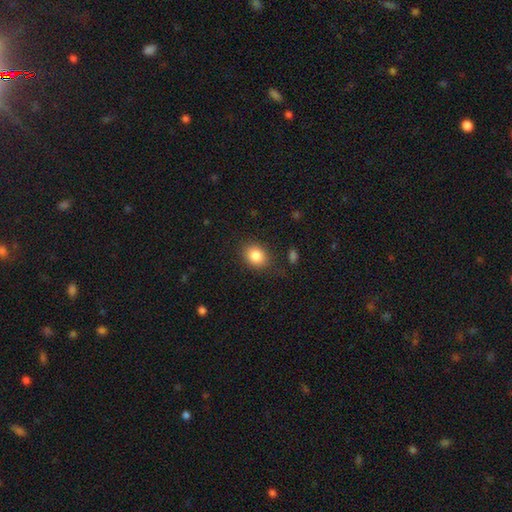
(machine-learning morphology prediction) A smooth galaxy with no disk features (84%) that is round (52%). Merging: none (81%).